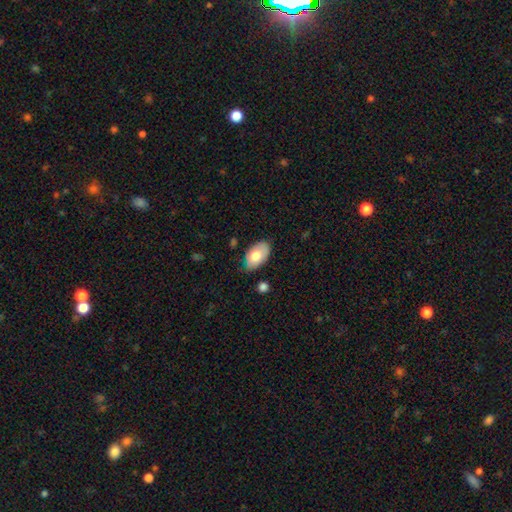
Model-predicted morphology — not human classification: Smooth or featured? Predicted: smooth (p=0.74). How rounded? Predicted: in between (p=0.93). Merging? Predicted: none (p=0.69).